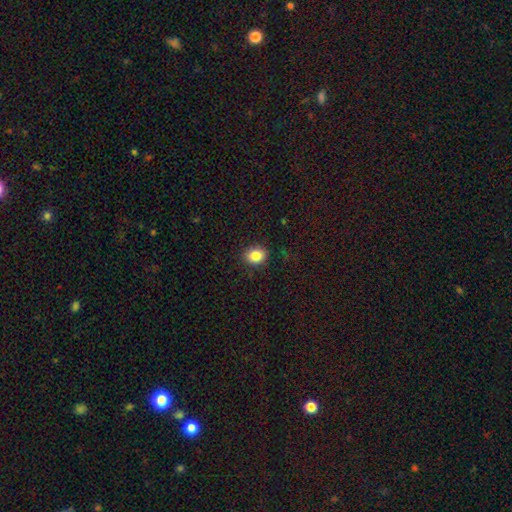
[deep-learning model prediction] smooth-or-featured: smooth: 85% | star or artifact: 10% | featured or disk: 6%
  how-rounded: round: 52% | in between: 47% | cigar-shaped: 1%
  merging: none: 88% | minor disturbance: 9% | major disturbance: 2% | merger: 1%